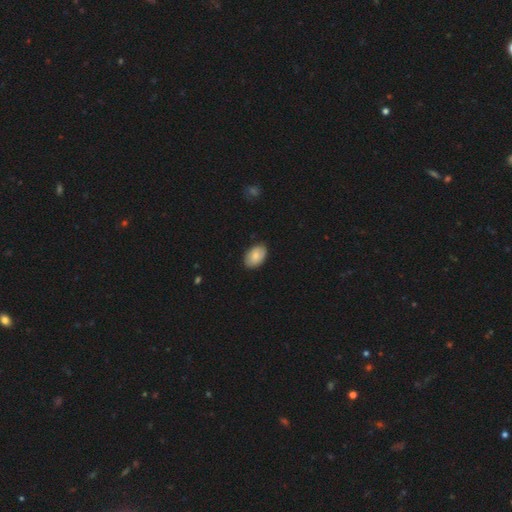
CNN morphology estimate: The model was most divided on "smooth or featured": smooth: 80%, featured or disk: 14%, star or artifact: 6%. More confident: how rounded — in between (89%); merging — none (85%).